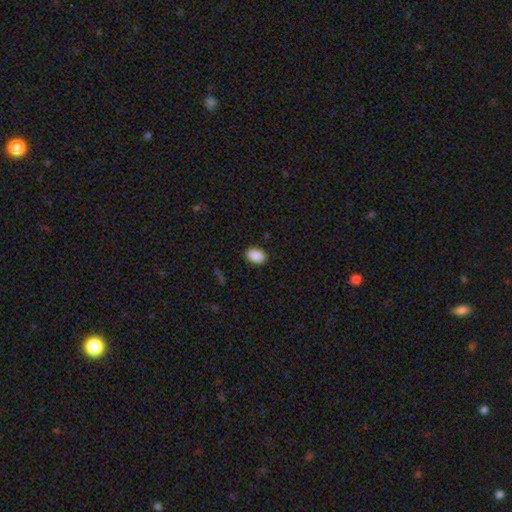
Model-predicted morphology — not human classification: Smooth or featured?
  - smooth: 90% *
  - star or artifact: 7%
  - featured or disk: 3%
How rounded?
  - in between: 87% *
  - round: 12%
  - cigar-shaped: 1%
Merging?
  - none: 88% *
  - minor disturbance: 8%
  - major disturbance: 2%
  - merger: 1%